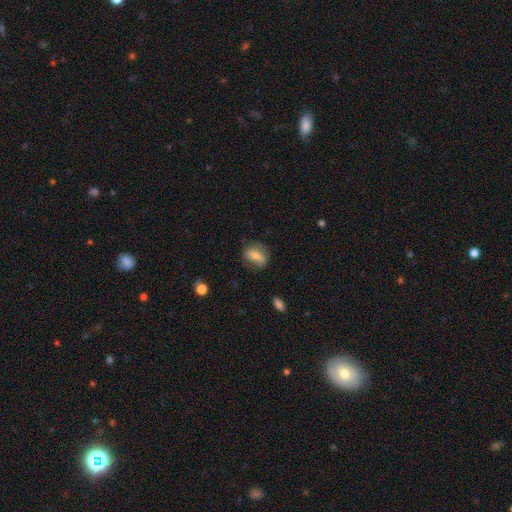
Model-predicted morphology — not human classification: A smooth galaxy with no disk features (62%) that is in between round and cigar-shaped (72%). Merging: none (64%).